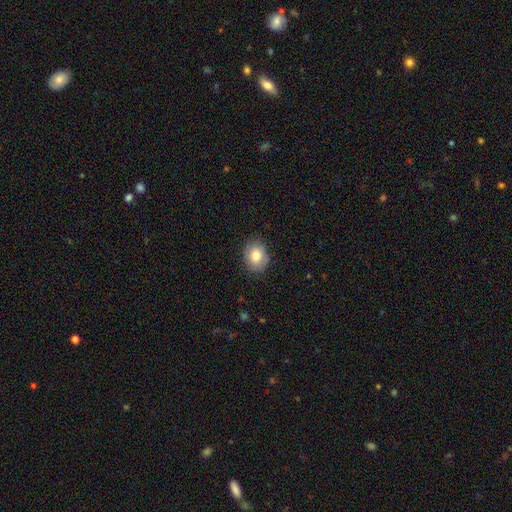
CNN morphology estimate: Smooth or featured?
  - smooth: 81% *
  - featured or disk: 11%
  - star or artifact: 8%
How rounded?
  - in between: 54% *
  - round: 45%
  - cigar-shaped: 1%
Merging?
  - none: 85% *
  - minor disturbance: 12%
  - major disturbance: 3%
  - merger: 1%